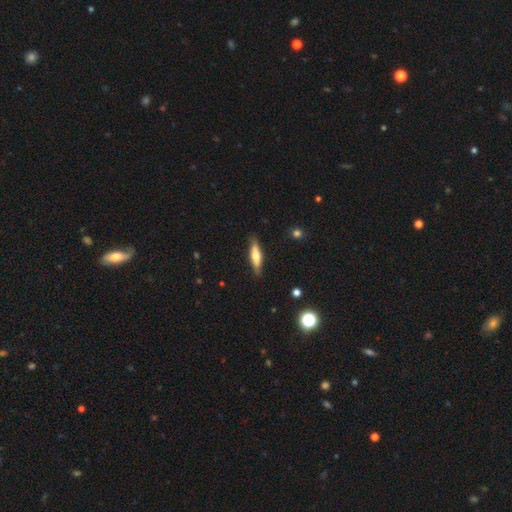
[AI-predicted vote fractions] Q: Smooth or featured?
A: smooth (53%); runner-up: featured or disk (40%)
Q: How rounded?
A: cigar-shaped (71%); runner-up: in between (27%)
Q: Merging?
A: none (86%); runner-up: minor disturbance (10%)